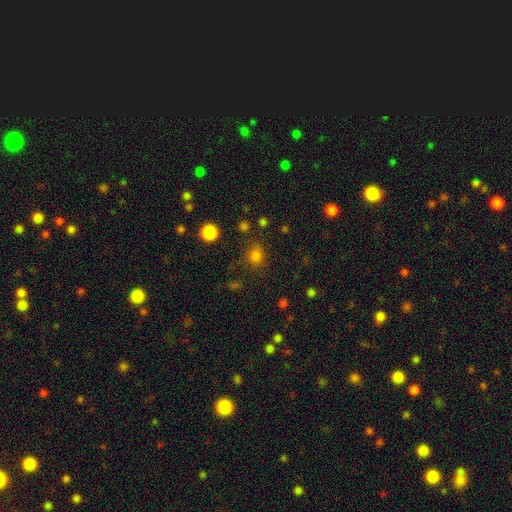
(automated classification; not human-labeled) Smooth or featured: smooth — 79% (star or artifact — 16%)
How rounded: round — 76% (in between — 23%)
Merging: none — 80% (minor disturbance — 12%)